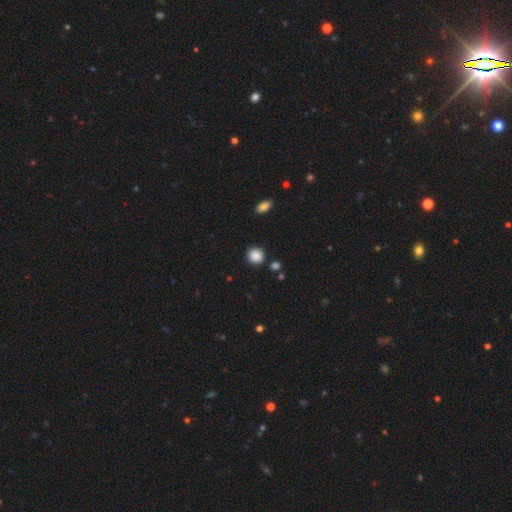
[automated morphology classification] smooth-or-featured: smooth: 88% | star or artifact: 9% | featured or disk: 3%
  how-rounded: round: 88% | in between: 11% | cigar-shaped: 1%
  merging: none: 87% | minor disturbance: 7% | merger: 3% | major disturbance: 2%